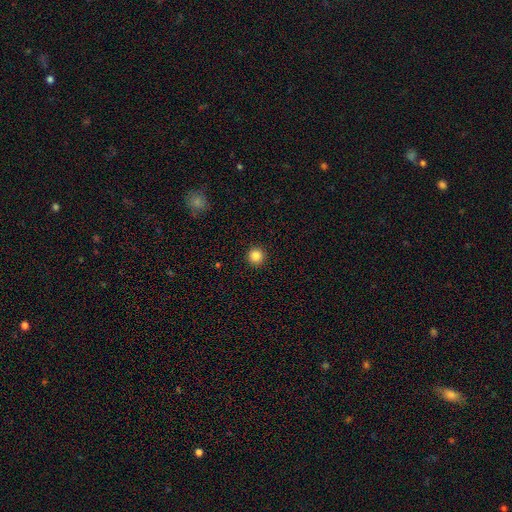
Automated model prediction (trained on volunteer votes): smooth-or-featured: smooth: 86% | star or artifact: 11% | featured or disk: 4%
  how-rounded: round: 95% | in between: 4% | cigar-shaped: 1%
  merging: none: 93% | minor disturbance: 4% | major disturbance: 2% | merger: 1%